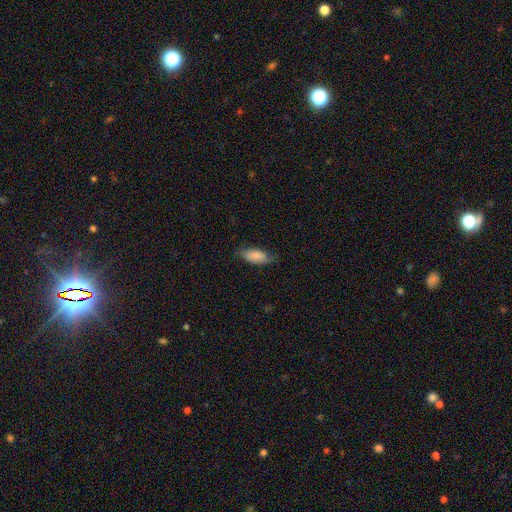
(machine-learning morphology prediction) Q: Smooth or featured?
A: smooth (82%); runner-up: featured or disk (12%)
Q: How rounded?
A: in between (84%); runner-up: cigar-shaped (14%)
Q: Merging?
A: none (70%); runner-up: minor disturbance (23%)